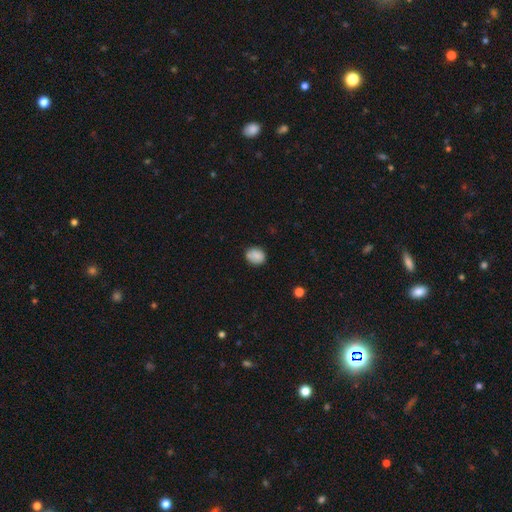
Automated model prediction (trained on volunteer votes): The model was most divided on "how rounded": in between: 50%, round: 49%, cigar-shaped: 1%. More confident: smooth or featured — smooth (84%); merging — none (73%).